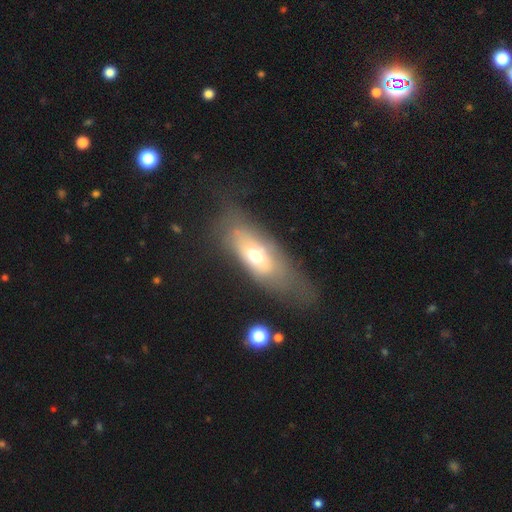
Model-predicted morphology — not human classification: A smooth galaxy with no disk features (50%).

Vote fractions:
- Smooth or featured? smooth: 50% / featured or disk: 42% / star or artifact: 9%
- Merging? none: 44% / minor disturbance: 27% / major disturbance: 26% / merger: 3%